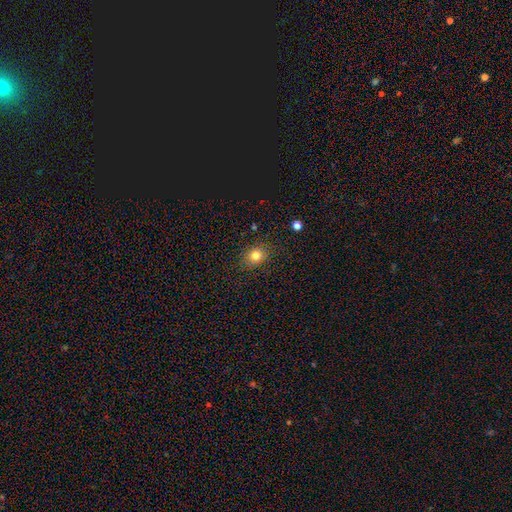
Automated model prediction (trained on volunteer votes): Morphology: type=smooth (80%); roundness=round (58%); merging=none (84%).